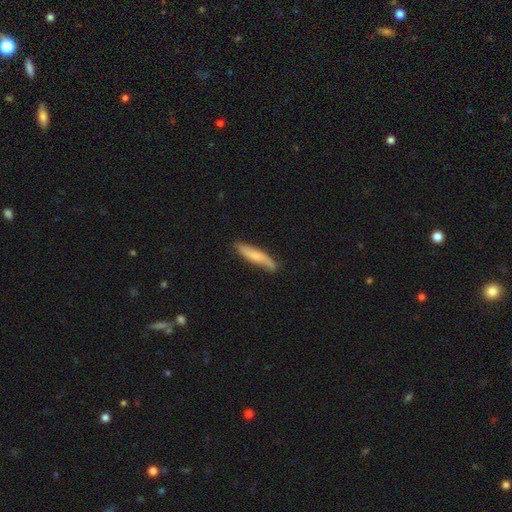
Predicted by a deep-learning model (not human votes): Smooth or featured?
  - smooth: 60% *
  - featured or disk: 34%
  - star or artifact: 5%
How rounded?
  - cigar-shaped: 84% *
  - in between: 14%
  - round: 2%
Merging?
  - none: 75% *
  - minor disturbance: 20%
  - major disturbance: 3%
  - merger: 2%